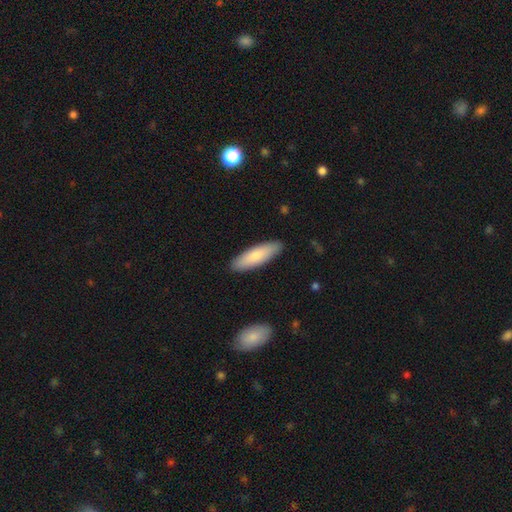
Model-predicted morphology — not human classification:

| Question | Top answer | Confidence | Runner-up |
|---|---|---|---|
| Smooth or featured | smooth | 78% | featured or disk (17%) |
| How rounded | cigar-shaped | 51% | in between (47%) |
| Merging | none | 90% | minor disturbance (8%) |